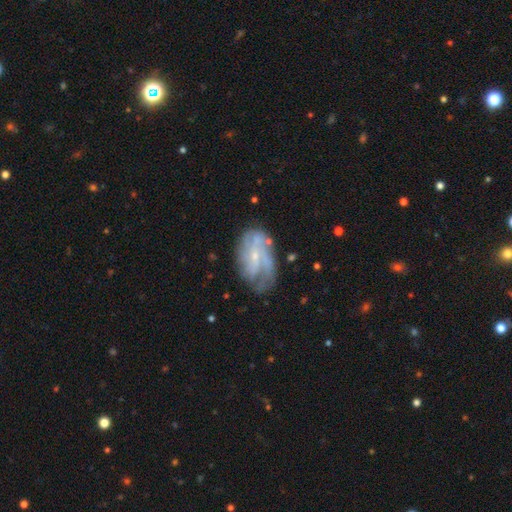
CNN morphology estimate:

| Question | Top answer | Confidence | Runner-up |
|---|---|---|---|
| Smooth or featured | featured or disk | 79% | smooth (14%) |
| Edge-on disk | no | 96% | yes (4%) |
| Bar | no | 51% | weak (40%) |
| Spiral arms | yes | 88% | no (12%) |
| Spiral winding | medium | 40% | tight (36%) |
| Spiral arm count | can't tell | 37% | 2 (23%) |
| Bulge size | small | 77% | moderate (16%) |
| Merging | none | 61% | minor disturbance (23%) |